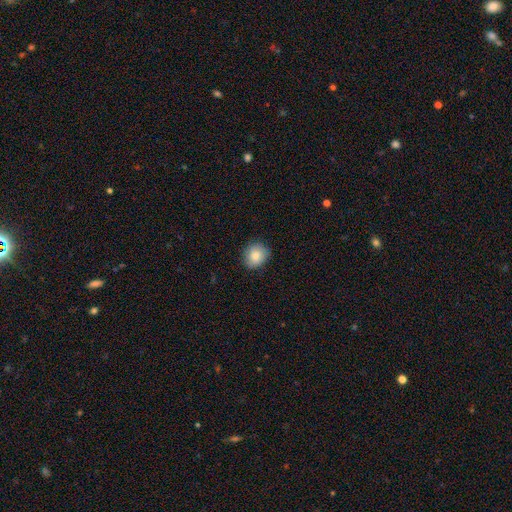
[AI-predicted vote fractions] smooth 83%, featured or disk 9%, star or artifact 8%. Down the decision tree: how rounded — round (74%); merging — none (82%).